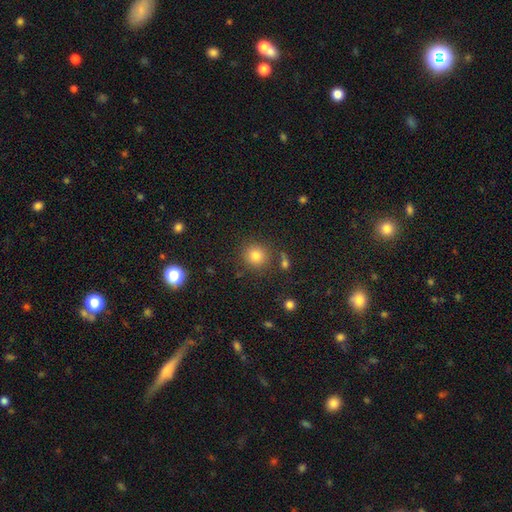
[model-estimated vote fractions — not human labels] Overall: smooth (81%). How rounded: round (90%). Merging: none (83%).